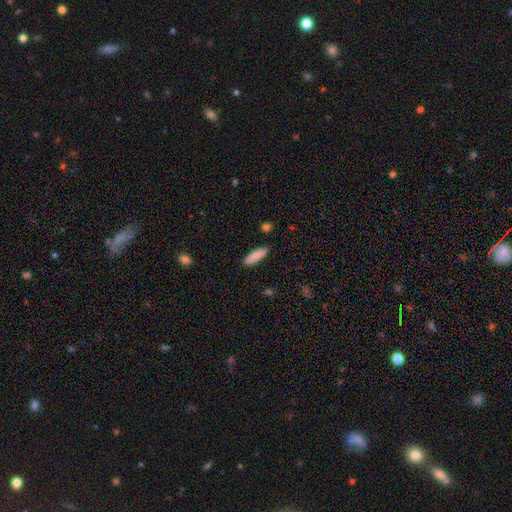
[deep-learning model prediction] A smooth galaxy with no disk features (87%) that is cigar-shaped (51%). Merging: none (87%).